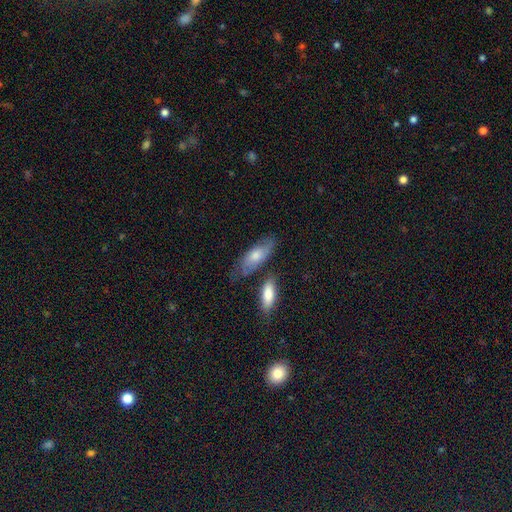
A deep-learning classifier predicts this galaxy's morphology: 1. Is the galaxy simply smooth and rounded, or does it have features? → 59% smooth, 34% featured or disk, 7% star or artifact.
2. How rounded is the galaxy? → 74% in between, 23% cigar-shaped, 3% round.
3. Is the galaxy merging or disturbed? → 60% none, 22% minor disturbance, 11% merger, 7% major disturbance.